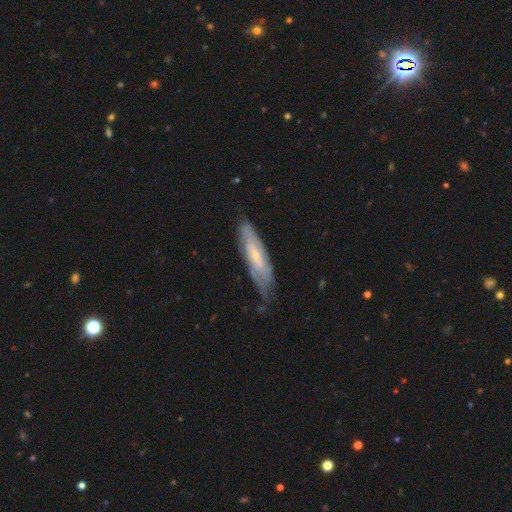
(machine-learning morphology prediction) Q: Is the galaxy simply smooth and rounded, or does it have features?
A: featured or disk — 65%.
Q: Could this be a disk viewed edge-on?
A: no — 66%.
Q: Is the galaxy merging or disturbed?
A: none — 66%.